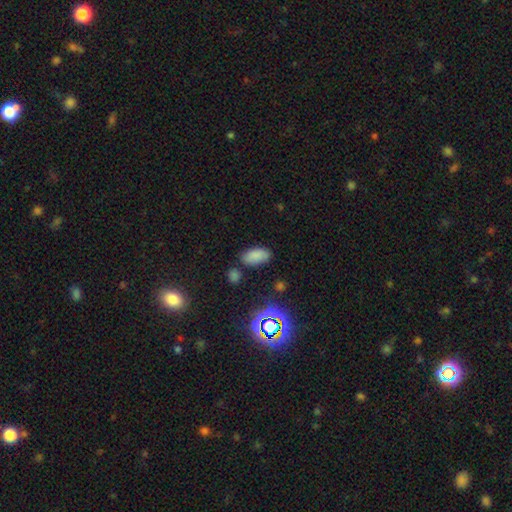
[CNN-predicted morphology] smooth 78%, star or artifact 15%, featured or disk 7%. Down the decision tree: how rounded — in between (92%); merging — none (76%).